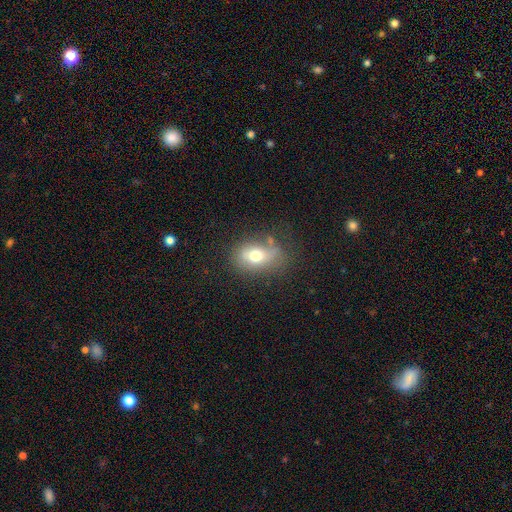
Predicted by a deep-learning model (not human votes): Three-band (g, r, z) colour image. It shows a smooth galaxy with no disk features (66%) that is in between round and cigar-shaped (71%). Merging: none (56%).